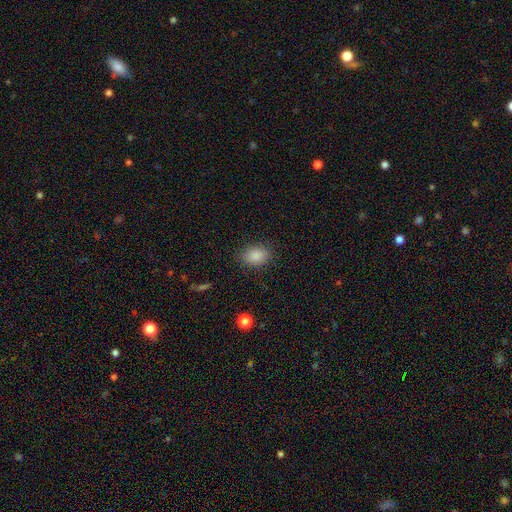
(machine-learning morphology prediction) This appears to be a smooth galaxy with no disk features (87%) that is in between round and cigar-shaped (74%). Merging: none (86%).